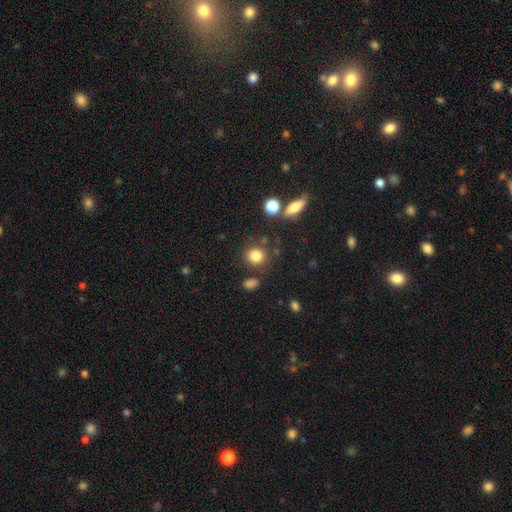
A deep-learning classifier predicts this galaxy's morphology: Smooth or featured? Predicted: smooth (p=0.82). How rounded? Predicted: round (p=0.82). Merging? Predicted: none (p=0.79).